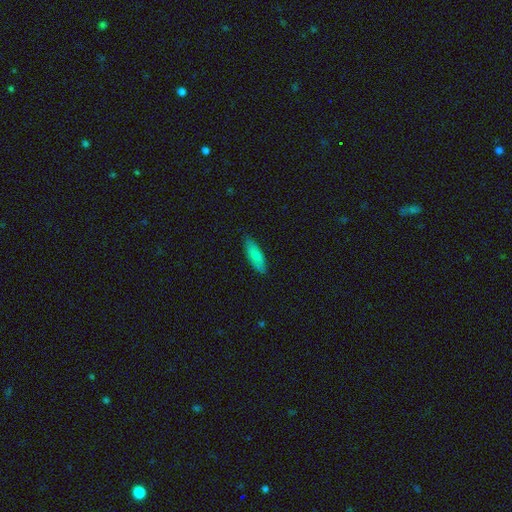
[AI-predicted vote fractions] A smooth galaxy with no disk features (81%) that is in between round and cigar-shaped (60%).

Vote fractions:
- Smooth or featured? smooth: 81% / featured or disk: 14% / star or artifact: 6%
- How rounded? in between: 60% / cigar-shaped: 38% / round: 2%
- Merging? none: 84% / minor disturbance: 13% / major disturbance: 2% / merger: 1%